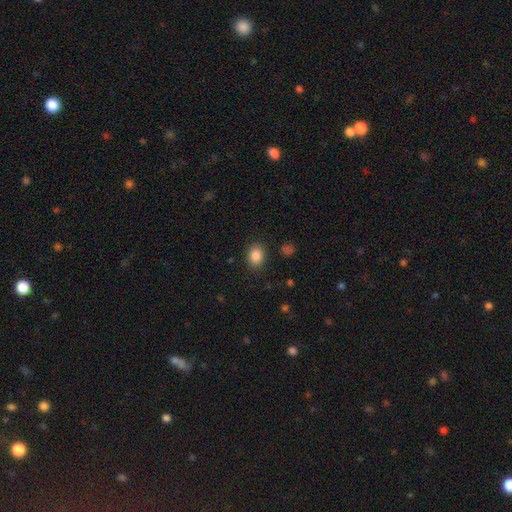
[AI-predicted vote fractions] A smooth galaxy with no disk features (86%) that is in between round and cigar-shaped (54%).

Vote fractions:
- Smooth or featured? smooth: 86% / star or artifact: 10% / featured or disk: 4%
- How rounded? in between: 54% / round: 45% / cigar-shaped: 1%
- Merging? none: 85% / minor disturbance: 10% / major disturbance: 3% / merger: 2%